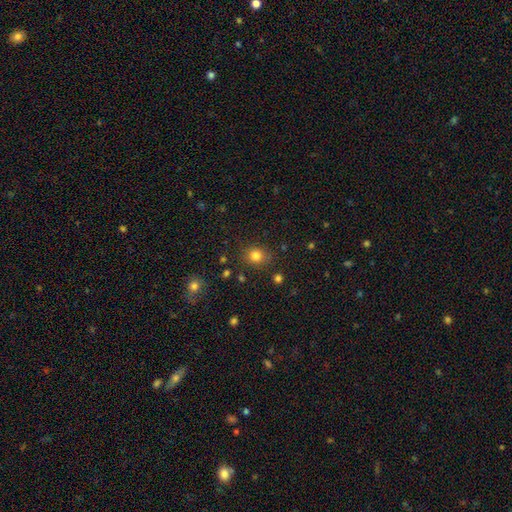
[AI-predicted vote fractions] This is clearly a smooth galaxy (82%). How rounded: likely round (76%). Merging: clearly none (83%).